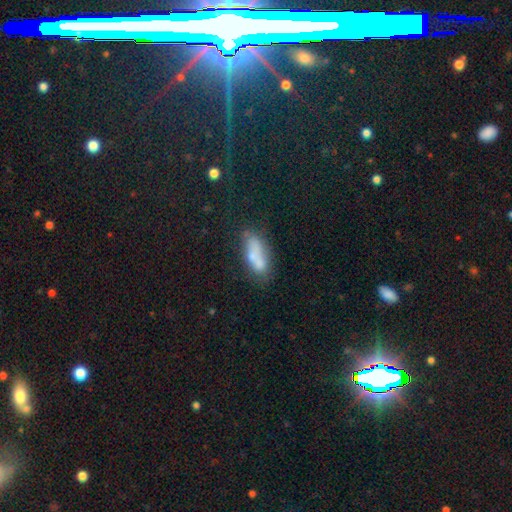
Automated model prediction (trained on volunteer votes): This appears to be a smooth galaxy with no disk features (62%) that is in between round and cigar-shaped (73%). Merging: none (41%).